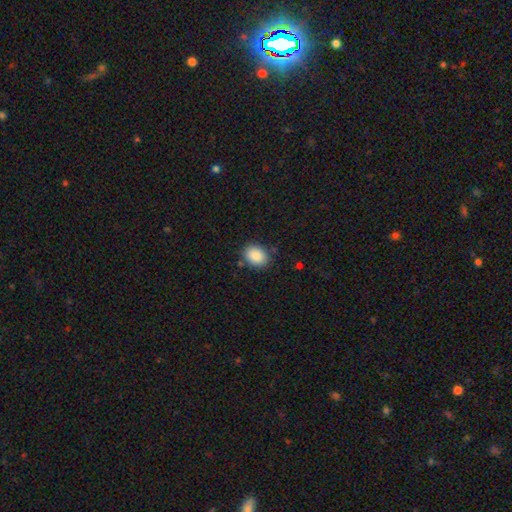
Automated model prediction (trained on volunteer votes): Smooth or featured? smooth (89%)
How rounded? in between (66%)
Merging? none (83%)